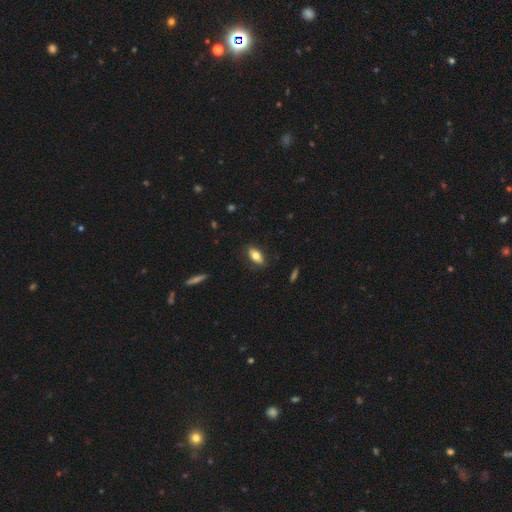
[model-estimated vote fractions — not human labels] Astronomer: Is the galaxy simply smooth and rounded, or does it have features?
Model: smooth — 75%.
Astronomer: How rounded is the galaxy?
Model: in between — 88%.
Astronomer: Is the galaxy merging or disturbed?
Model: none — 85%.